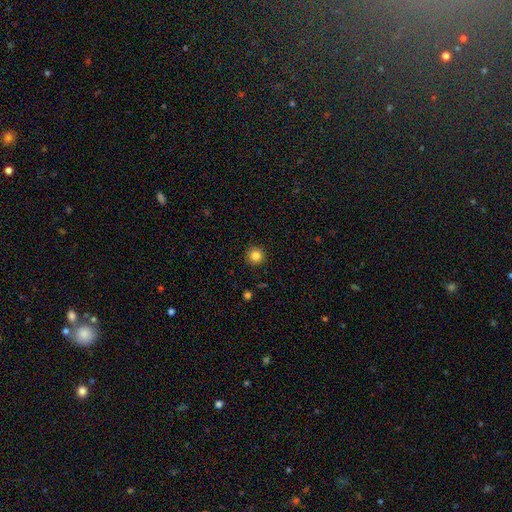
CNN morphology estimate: Smooth or featured? smooth (83%)
How rounded? round (95%)
Merging? none (93%)